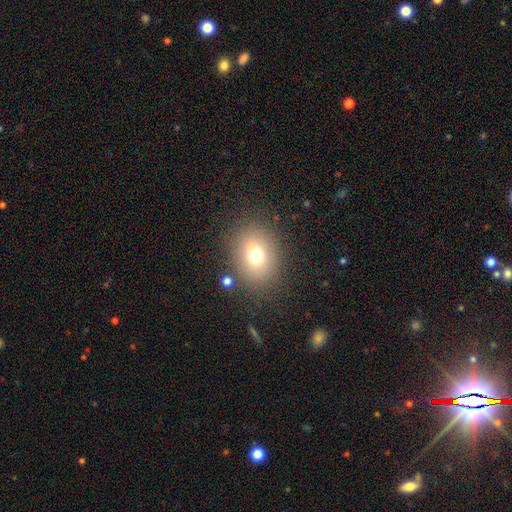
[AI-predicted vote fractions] smooth-or-featured: smooth: 68% | featured or disk: 16% | star or artifact: 15%
  how-rounded: round: 57% | in between: 42% | cigar-shaped: 1%
  merging: none: 69% | merger: 15% | minor disturbance: 11% | major disturbance: 4%